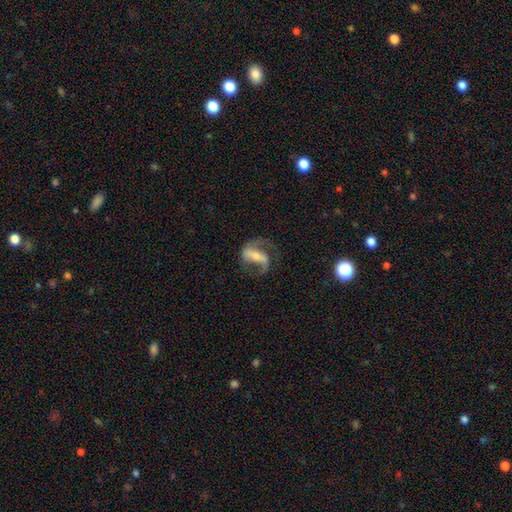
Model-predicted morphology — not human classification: Q: Smooth or featured?
A: featured or disk (80%); runner-up: smooth (14%)
Q: Edge-on disk?
A: no (95%); runner-up: yes (5%)
Q: Bar?
A: strong (57%); runner-up: weak (28%)
Q: Spiral arms?
A: yes (91%); runner-up: no (9%)
Q: Spiral winding?
A: medium (52%); runner-up: loose (32%)
Q: Spiral arm count?
A: 2 (82%); runner-up: 1 (11%)
Q: Bulge size?
A: small (45%); runner-up: moderate (37%)
Q: Merging?
A: none (60%); runner-up: major disturbance (22%)